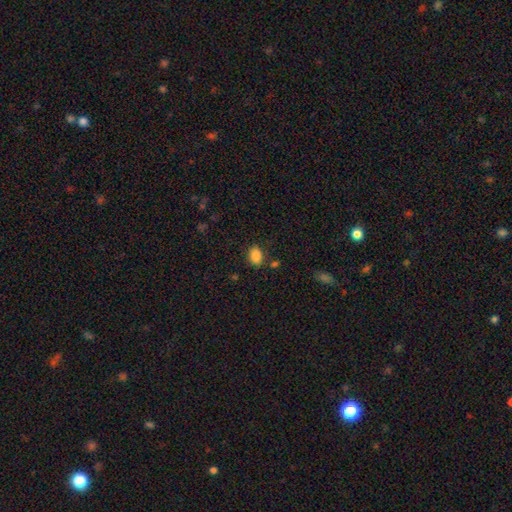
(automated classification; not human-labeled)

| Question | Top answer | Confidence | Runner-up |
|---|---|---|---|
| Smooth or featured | smooth | 86% | star or artifact (9%) |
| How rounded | in between | 77% | round (22%) |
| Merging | none | 79% | minor disturbance (12%) |